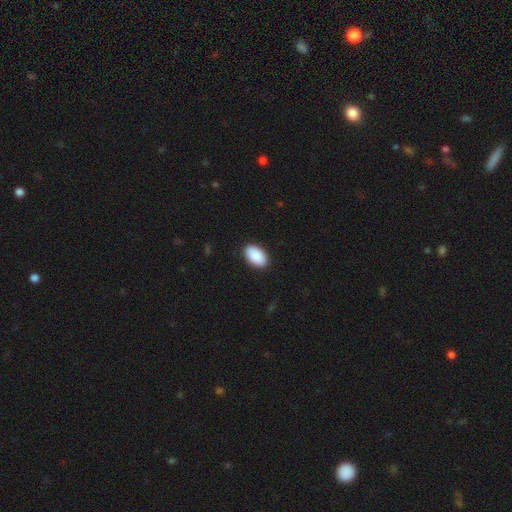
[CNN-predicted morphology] Smooth or featured: smooth — 91% (star or artifact — 6%)
How rounded: in between — 95% (round — 4%)
Merging: none — 89% (minor disturbance — 8%)